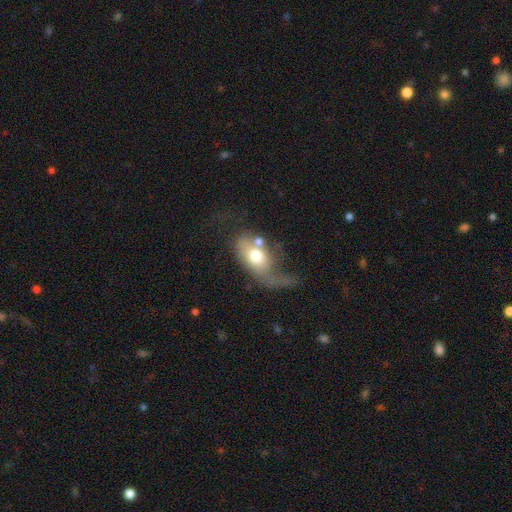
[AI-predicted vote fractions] smooth_or_featured: smooth (p=0.57) [alt: featured or disk p=0.35]
how_rounded: in between (p=0.81) [alt: round p=0.15]
merging: major disturbance (p=0.44) [alt: merger p=0.19]